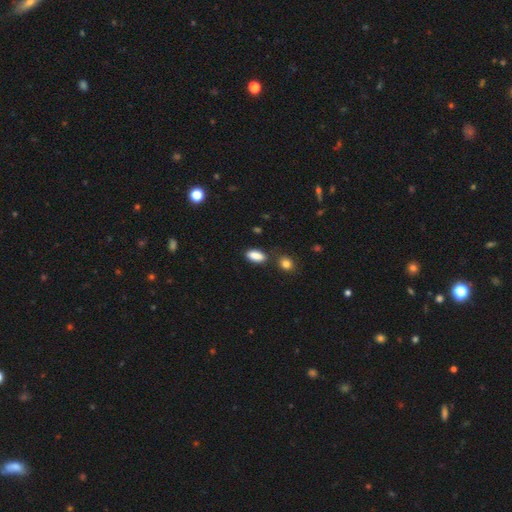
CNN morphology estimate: Overall: smooth (88%). How rounded: in between (87%). Merging: none (78%).